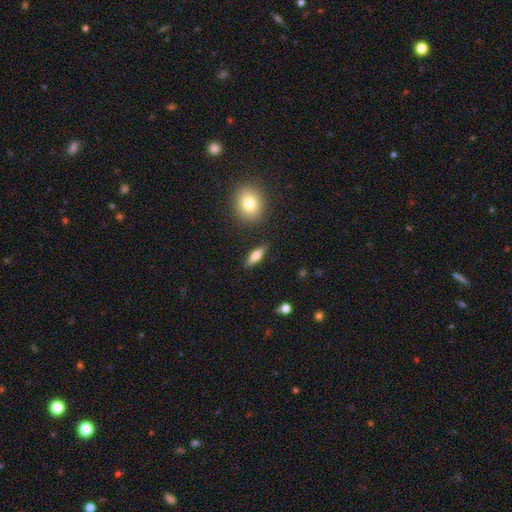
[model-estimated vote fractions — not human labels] Smooth or featured? Predicted: smooth (p=0.70). How rounded? Predicted: in between (p=0.60). Merging? Predicted: none (p=0.86).